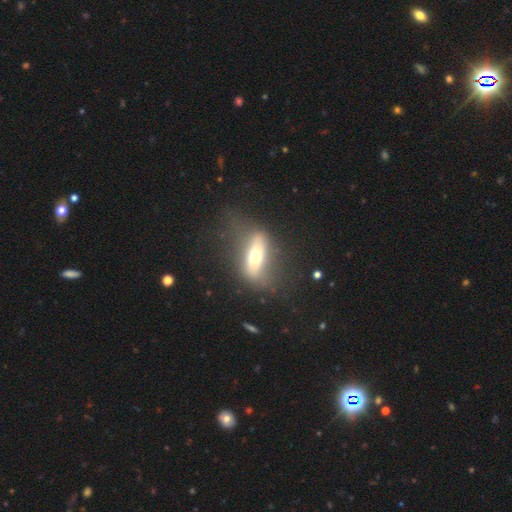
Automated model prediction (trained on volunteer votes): Morphology: type=featured or disk (49%); merging=none (49%).